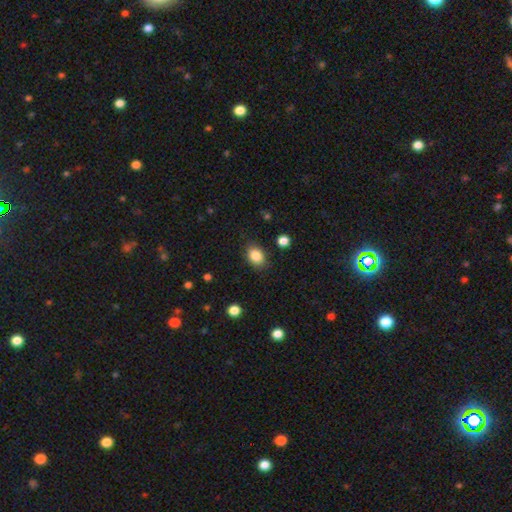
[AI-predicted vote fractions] A smooth galaxy with no disk features (86%) that is in between round and cigar-shaped (67%). Merging: none (84%).